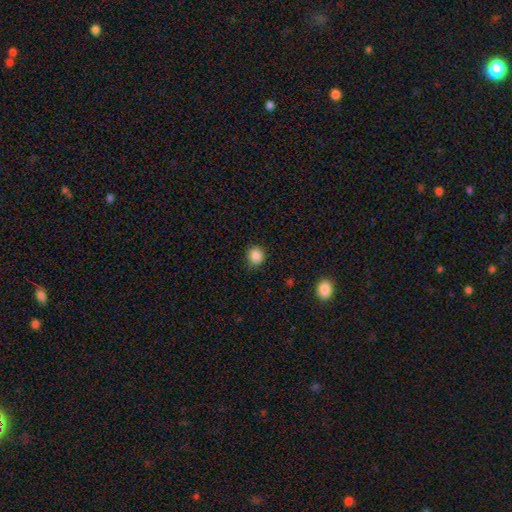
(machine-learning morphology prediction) type=smooth (87%); roundness=round (85%); merging=none (81%).